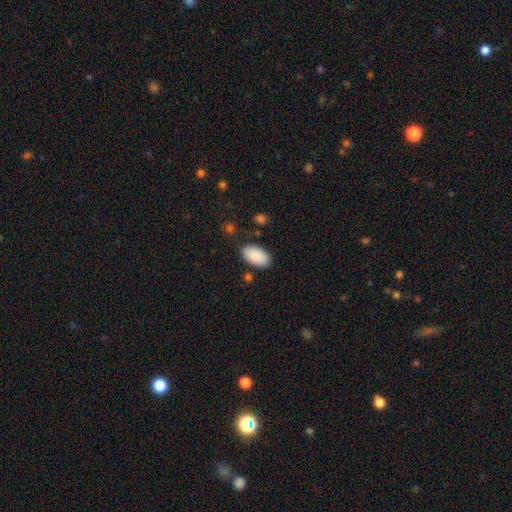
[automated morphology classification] Smooth or featured?
  - smooth: 90% *
  - star or artifact: 6%
  - featured or disk: 4%
How rounded?
  - in between: 96% *
  - round: 3%
  - cigar-shaped: 1%
Merging?
  - none: 84% *
  - minor disturbance: 11%
  - major disturbance: 3%
  - merger: 2%